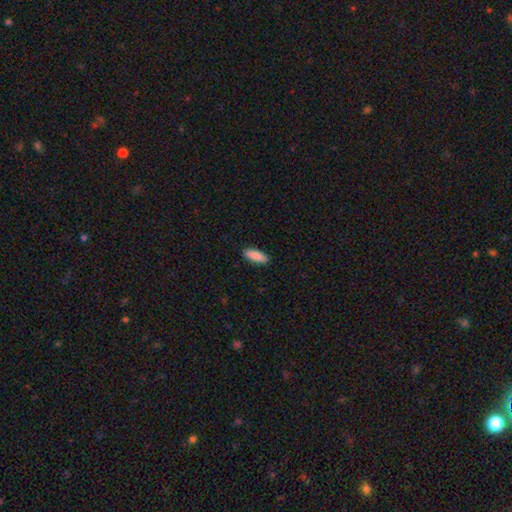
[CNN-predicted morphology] This is clearly a smooth galaxy (89%). How rounded: likely in between (63%). Merging: clearly none (90%).